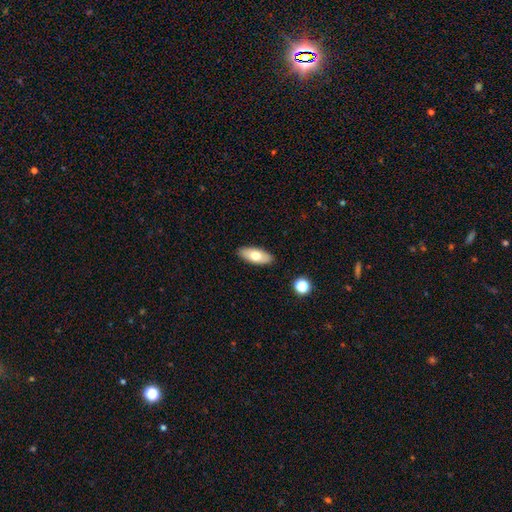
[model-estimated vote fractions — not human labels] Smooth or featured: smooth — 71% (featured or disk — 22%)
How rounded: in between — 84% (cigar-shaped — 13%)
Merging: none — 89% (minor disturbance — 8%)